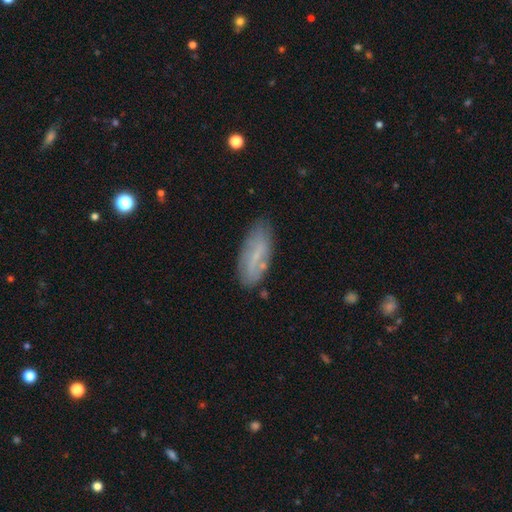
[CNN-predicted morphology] A smooth galaxy with no disk features (48%). Merging: none (74%).